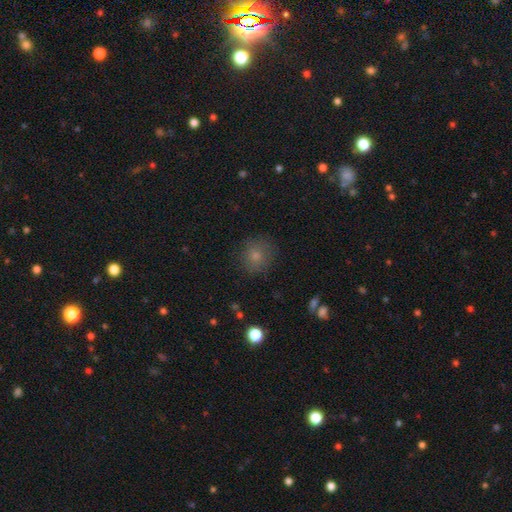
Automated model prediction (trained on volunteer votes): The model was most divided on "smooth or featured": smooth: 78%, star or artifact: 12%, featured or disk: 10%. More confident: how rounded — round (87%); merging — none (82%).